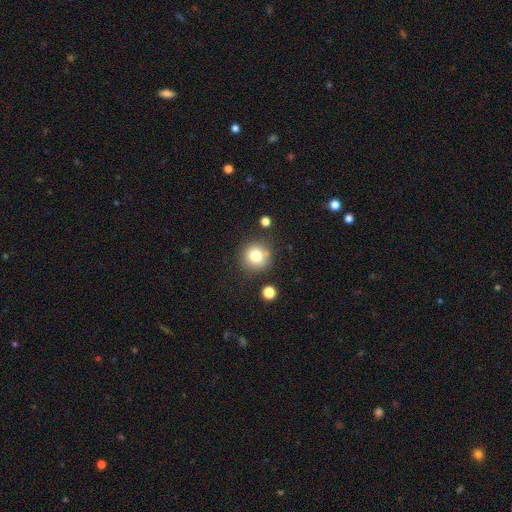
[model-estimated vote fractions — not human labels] smooth_or_featured: smooth (p=0.78) [alt: star or artifact p=0.12]
how_rounded: round (p=0.92) [alt: in between p=0.07]
merging: none (p=0.80) [alt: minor disturbance p=0.11]